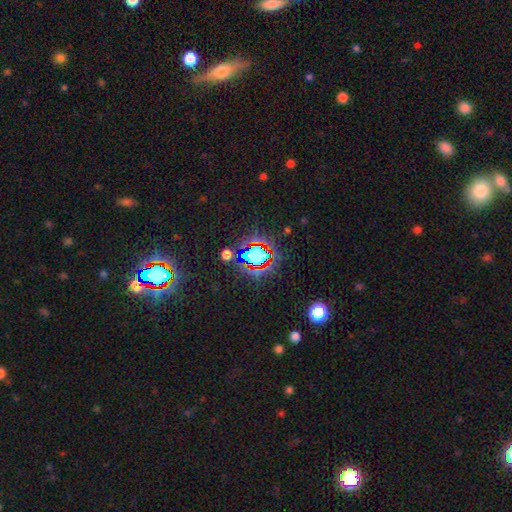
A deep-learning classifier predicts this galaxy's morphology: Smooth or featured? Predicted: star or artifact (p=0.67).